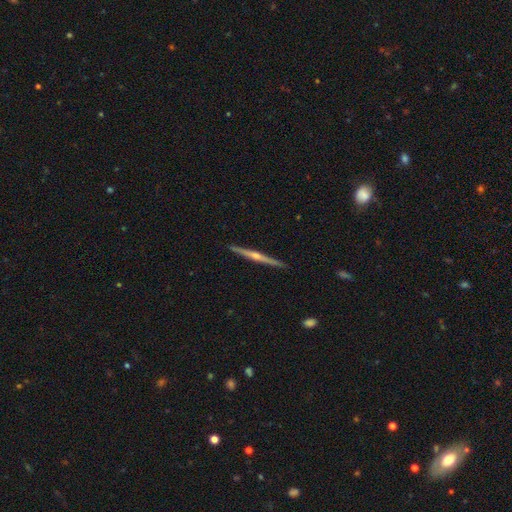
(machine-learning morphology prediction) The model was most divided on "smooth or featured": featured or disk: 78%, smooth: 16%, star or artifact: 7%. More confident: edge-on disk — yes (98%); merging — none (91%); edge-on bulge — rounded (83%).